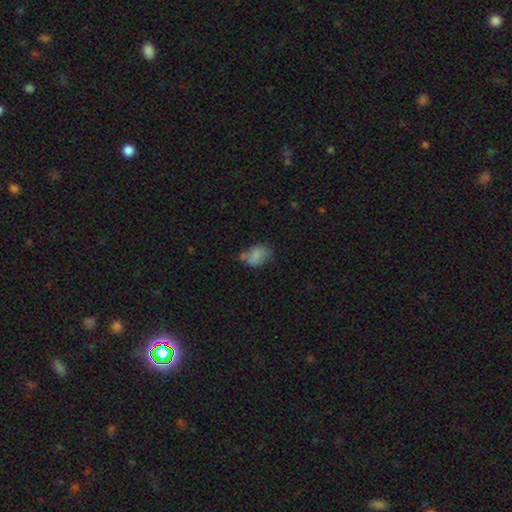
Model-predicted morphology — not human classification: This appears to be a smooth galaxy with no disk features (69%) that is in between round and cigar-shaped (83%). Merging: none (45%).